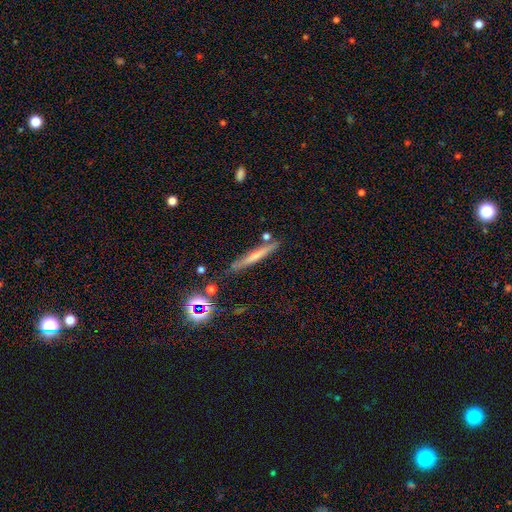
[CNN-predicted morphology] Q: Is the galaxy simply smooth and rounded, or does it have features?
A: smooth — 49%.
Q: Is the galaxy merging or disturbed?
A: none — 80%.